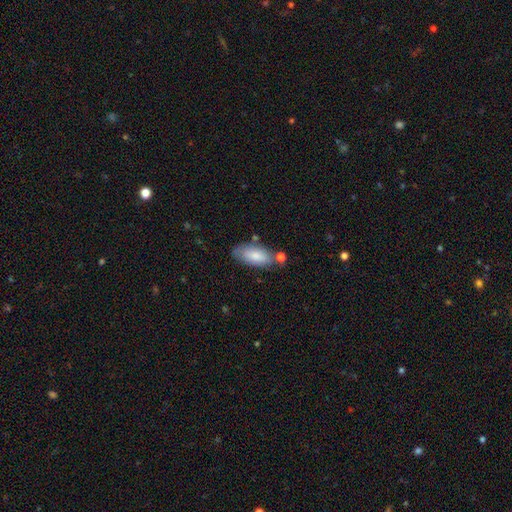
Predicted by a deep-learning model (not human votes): The model was most divided on "merging": none: 66%, minor disturbance: 19%, merger: 10%, major disturbance: 4%. More confident: how rounded — in between (85%); smooth or featured — smooth (79%).